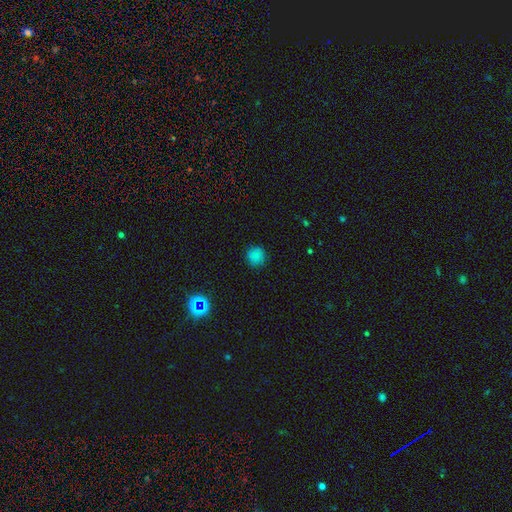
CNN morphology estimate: A smooth galaxy with no disk features (81%) that is round (92%). Merging: none (88%).